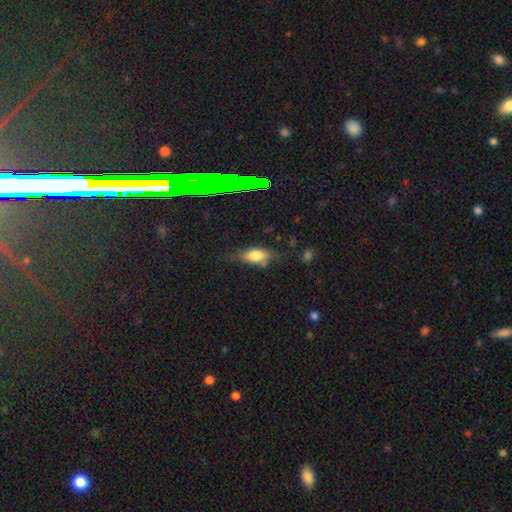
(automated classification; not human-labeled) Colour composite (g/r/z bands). It shows a smooth galaxy with no disk features (69%) that is in between round and cigar-shaped (78%). Merging: none (62%).